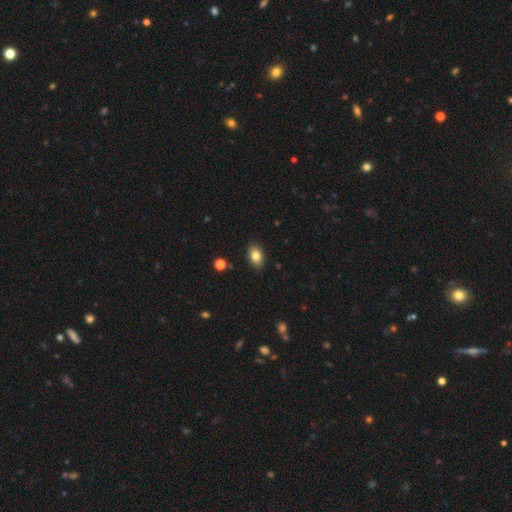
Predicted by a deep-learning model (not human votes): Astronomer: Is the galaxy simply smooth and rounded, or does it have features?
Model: smooth — 83%.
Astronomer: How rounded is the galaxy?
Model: in between — 87%.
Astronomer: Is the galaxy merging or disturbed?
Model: none — 89%.